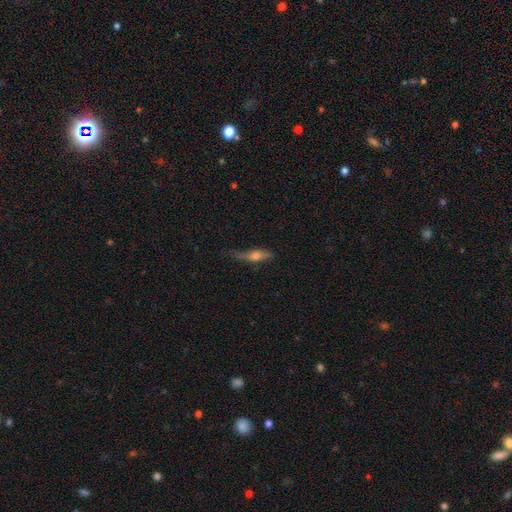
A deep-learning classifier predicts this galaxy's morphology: Smooth or featured: featured or disk — 52% (smooth — 39%)
Edge-on disk: yes — 87% (no — 13%)
Merging: none — 56% (minor disturbance — 29%)